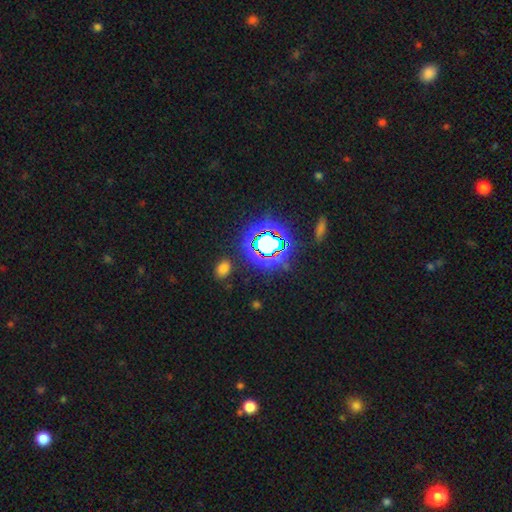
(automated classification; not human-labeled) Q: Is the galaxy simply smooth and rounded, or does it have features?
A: star or artifact — 82%.